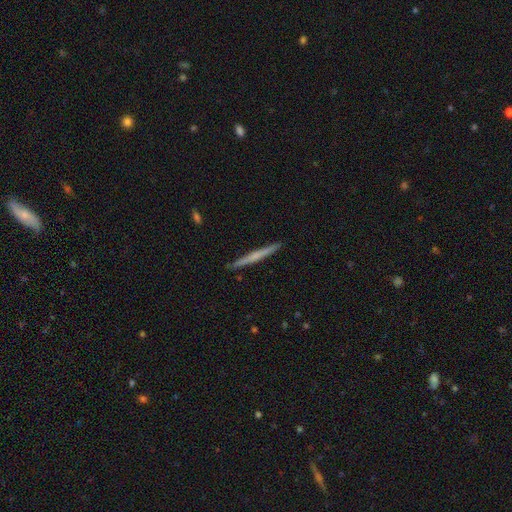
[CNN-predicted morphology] smooth-or-featured: featured or disk: 50% | smooth: 44% | star or artifact: 5%
  disk-edge-on: yes: 98% | no: 2%
  merging: none: 92% | minor disturbance: 6% | major disturbance: 1% | merger: 1%